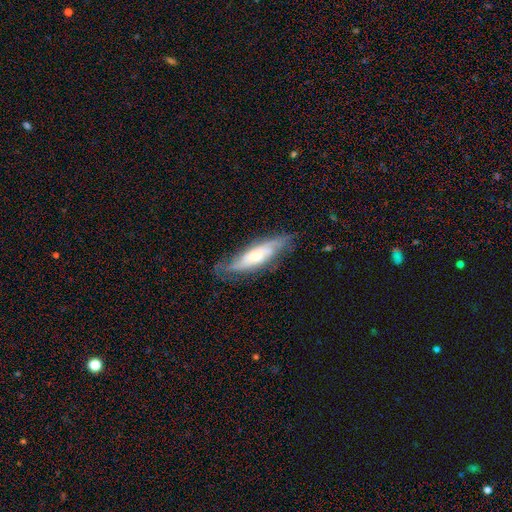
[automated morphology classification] smooth_or_featured: featured or disk (p=0.62) [alt: smooth p=0.31]
disk_edge_on: no (p=0.66) [alt: yes p=0.34]
merging: none (p=0.69) [alt: minor disturbance p=0.22]